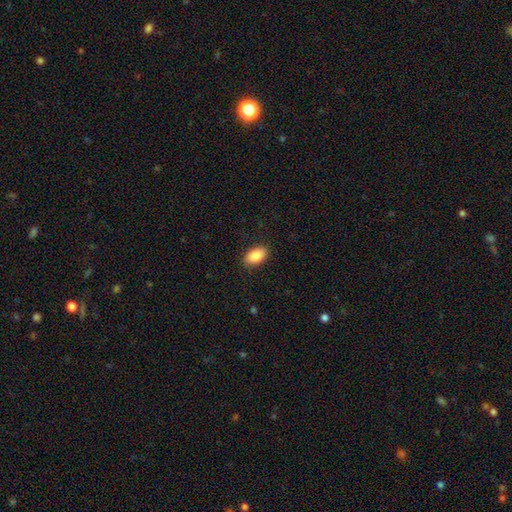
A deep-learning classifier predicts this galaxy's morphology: Smooth or featured? smooth (87%)
How rounded? in between (93%)
Merging? none (89%)